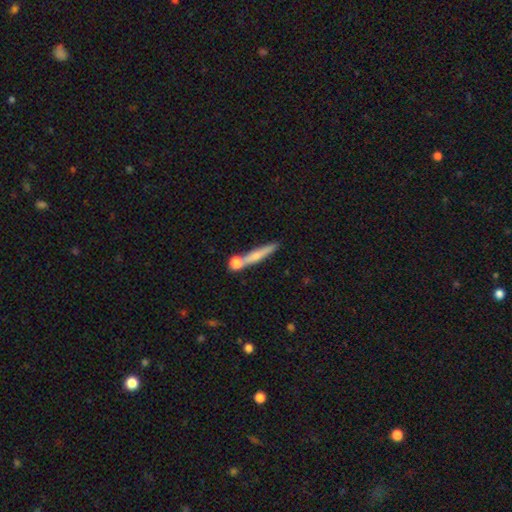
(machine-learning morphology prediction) A smooth galaxy with no disk features (61%) that is cigar-shaped (86%). Merging: none (64%).